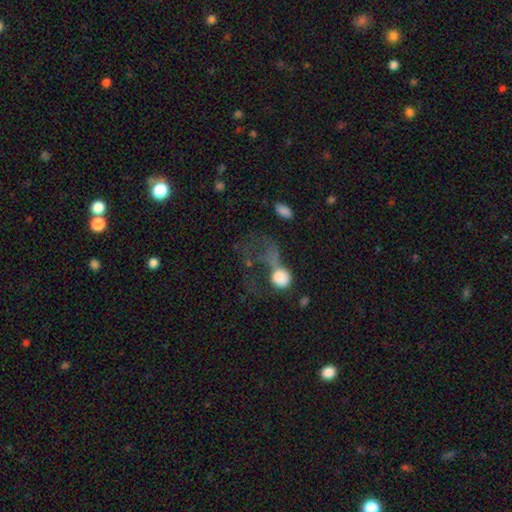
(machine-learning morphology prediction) smooth 38%, star or artifact 33%, featured or disk 29%. Down the decision tree: merging — major disturbance (51%).